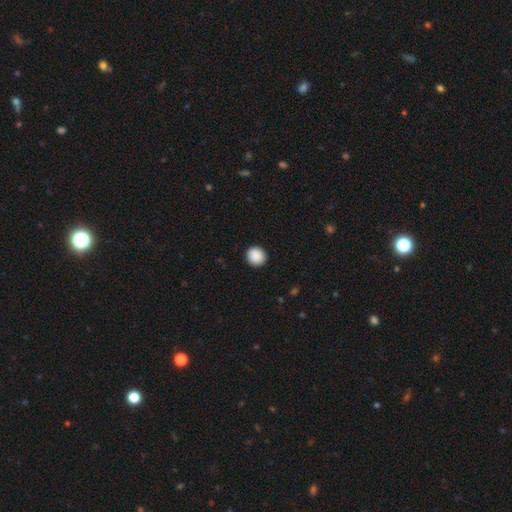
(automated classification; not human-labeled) Overall: smooth (90%). How rounded: round (89%). Merging: none (92%).